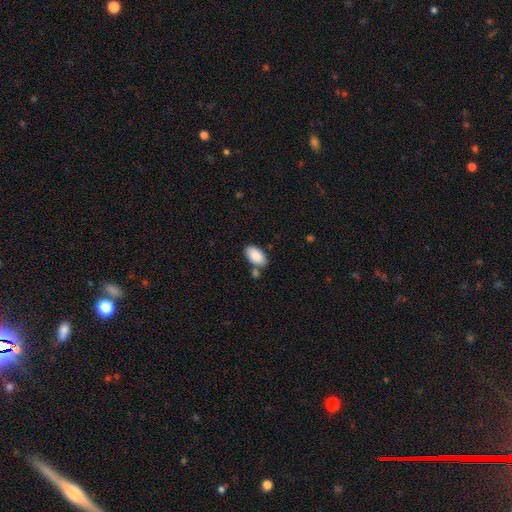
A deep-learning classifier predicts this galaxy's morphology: A smooth galaxy with no disk features (88%) that is in between round and cigar-shaped (95%).

Vote fractions:
- Smooth or featured? smooth: 88% / star or artifact: 6% / featured or disk: 6%
- How rounded? in between: 95% / round: 3% / cigar-shaped: 2%
- Merging? none: 72% / minor disturbance: 14% / merger: 12% / major disturbance: 3%